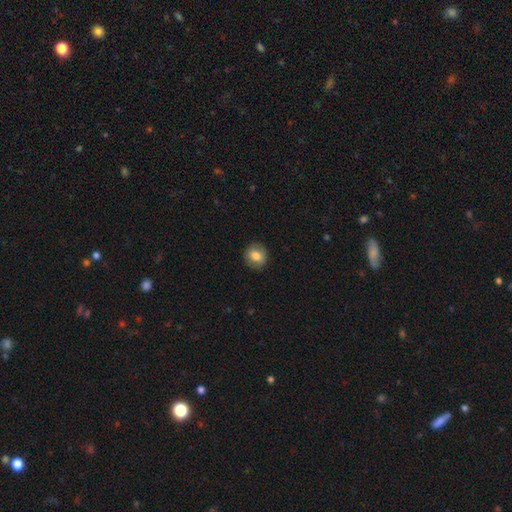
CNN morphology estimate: type=smooth (76%); roundness=round (78%); merging=none (88%).